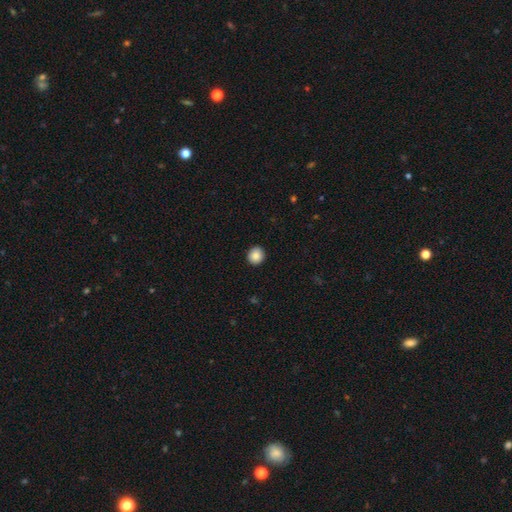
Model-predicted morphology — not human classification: smooth_or_featured: smooth (p=0.87) [alt: star or artifact p=0.09]
how_rounded: round (p=0.89) [alt: in between p=0.10]
merging: none (p=0.92) [alt: minor disturbance p=0.05]